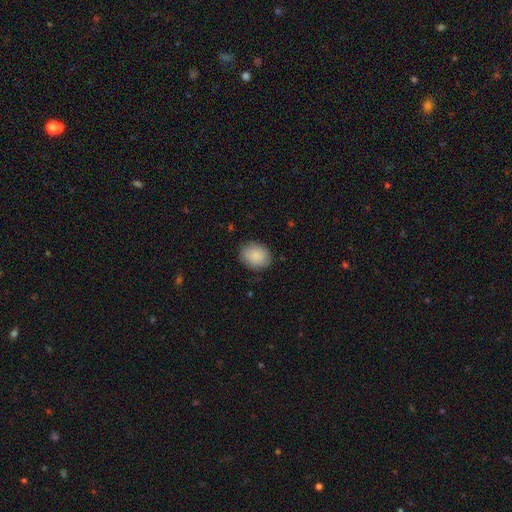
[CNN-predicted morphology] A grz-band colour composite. It shows a smooth galaxy with no disk features (88%) that is in between round and cigar-shaped (54%). Merging: none (83%).